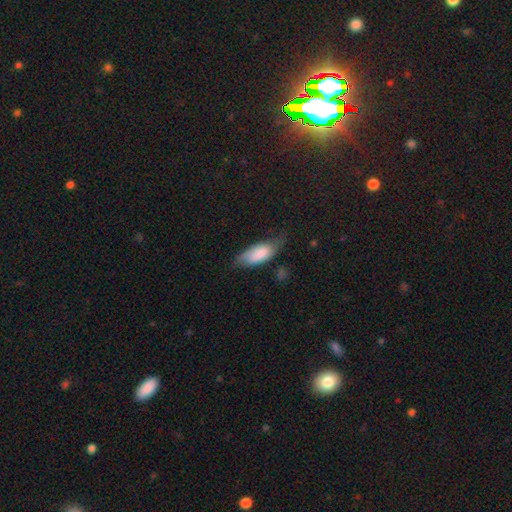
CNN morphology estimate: A smooth galaxy with no disk features (69%) that is in between round and cigar-shaped (78%).

Vote fractions:
- Smooth or featured? smooth: 69% / featured or disk: 23% / star or artifact: 8%
- How rounded? in between: 78% / cigar-shaped: 19% / round: 2%
- Merging? none: 51% / minor disturbance: 36% / major disturbance: 11% / merger: 2%